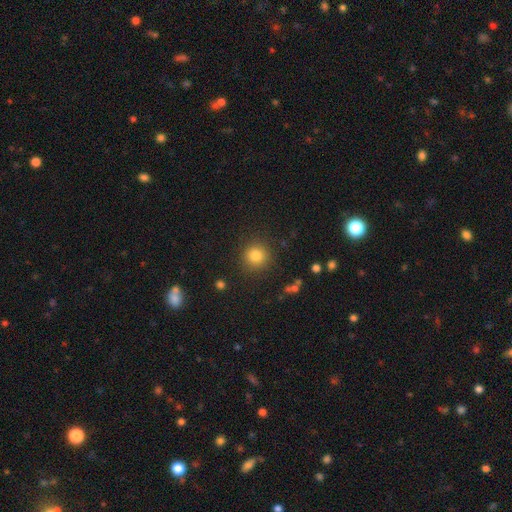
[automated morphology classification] type=smooth (82%); roundness=round (93%); merging=none (88%).